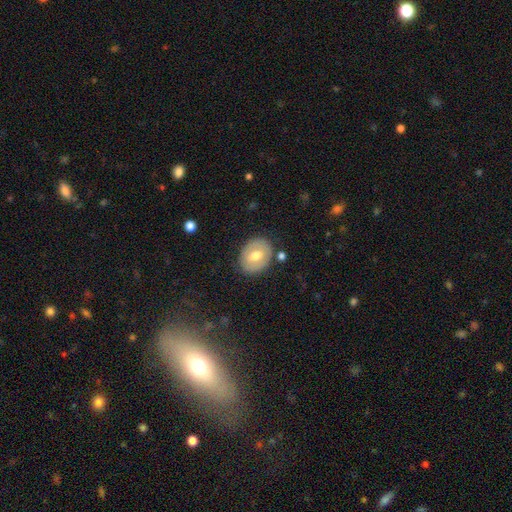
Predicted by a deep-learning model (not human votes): smooth-or-featured: smooth: 56% | featured or disk: 37% | star or artifact: 7%
  how-rounded: in between: 53% | round: 46% | cigar-shaped: 1%
  merging: none: 81% | minor disturbance: 13% | major disturbance: 4% | merger: 3%